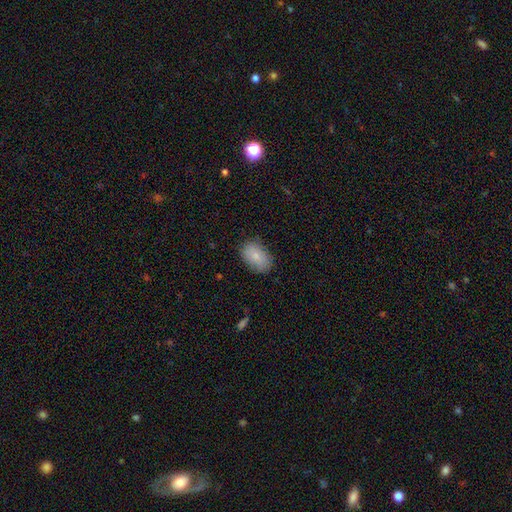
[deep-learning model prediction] Q: Smooth or featured?
A: smooth (83%); runner-up: featured or disk (10%)
Q: How rounded?
A: in between (89%); runner-up: round (9%)
Q: Merging?
A: none (82%); runner-up: minor disturbance (14%)